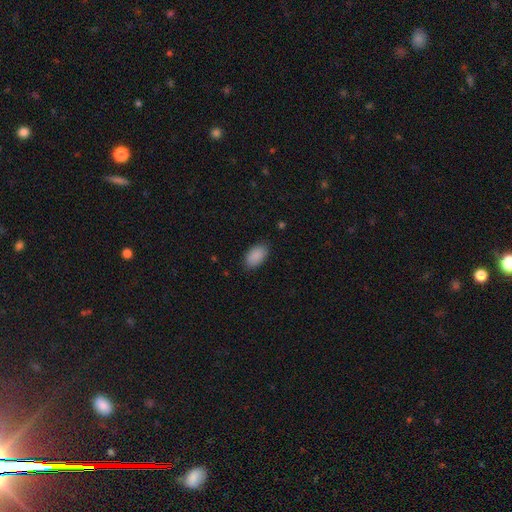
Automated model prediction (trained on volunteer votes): The model was most divided on "merging": none: 85%, minor disturbance: 12%, major disturbance: 3%, merger: 1%. More confident: how rounded — in between (94%); smooth or featured — smooth (90%).